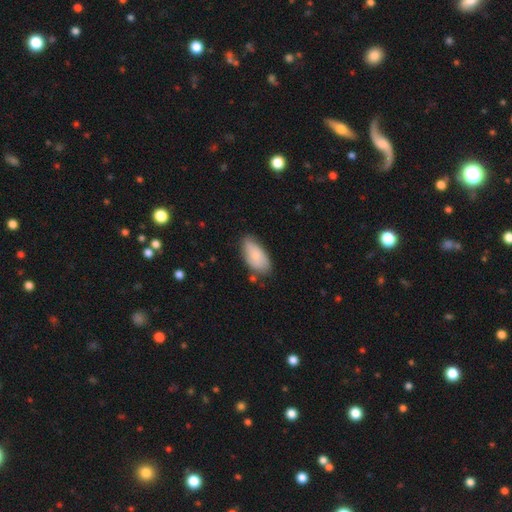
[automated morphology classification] Overall: smooth (78%). How rounded: in between (92%). Merging: none (65%; minor disturbance 27%).